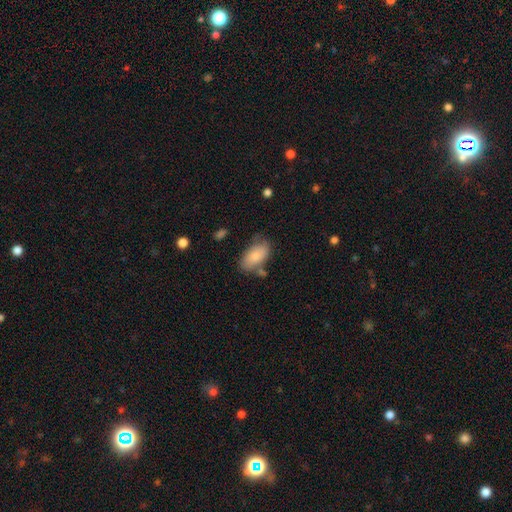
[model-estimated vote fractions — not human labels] smooth-or-featured: smooth: 78% | featured or disk: 15% | star or artifact: 7%
  how-rounded: in between: 93% | round: 4% | cigar-shaped: 4%
  merging: none: 61% | minor disturbance: 23% | merger: 9% | major disturbance: 6%